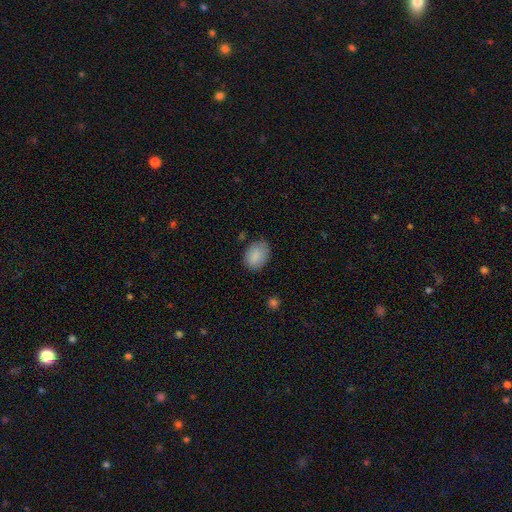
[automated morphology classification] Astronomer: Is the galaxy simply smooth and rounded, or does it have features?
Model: smooth — 88%.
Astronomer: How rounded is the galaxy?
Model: in between — 75%.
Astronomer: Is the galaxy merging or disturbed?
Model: none — 75%.